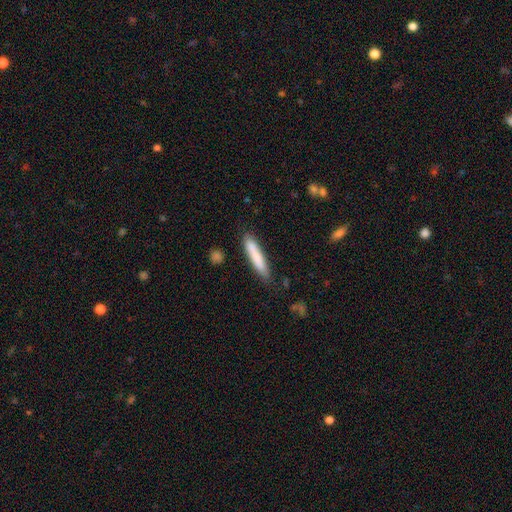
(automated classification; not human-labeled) smooth 79%, featured or disk 15%, star or artifact 6%. Down the decision tree: how rounded — cigar-shaped (91%); merging — none (83%).